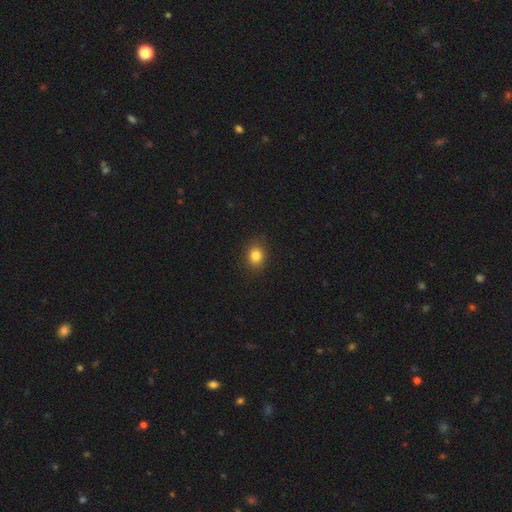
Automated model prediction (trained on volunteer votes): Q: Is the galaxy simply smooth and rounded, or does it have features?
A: smooth — 83%.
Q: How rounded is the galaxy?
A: round — 57%.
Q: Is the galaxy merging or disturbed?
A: none — 87%.